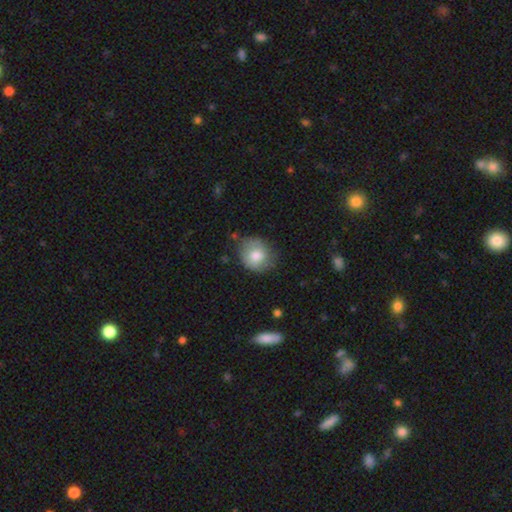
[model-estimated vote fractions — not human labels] A smooth galaxy with no disk features (76%) that is round (67%). Merging: none (67%).